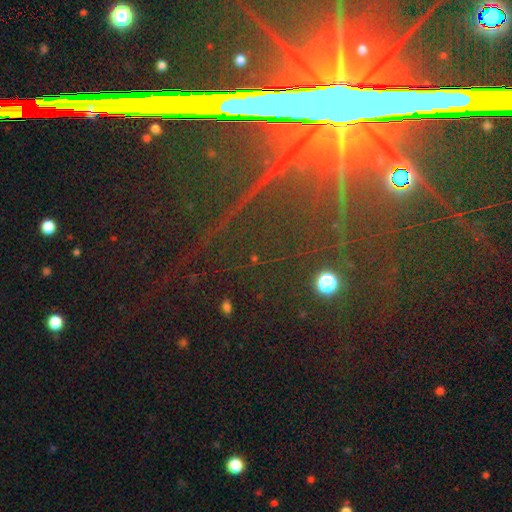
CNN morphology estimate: type=star or artifact (81%).